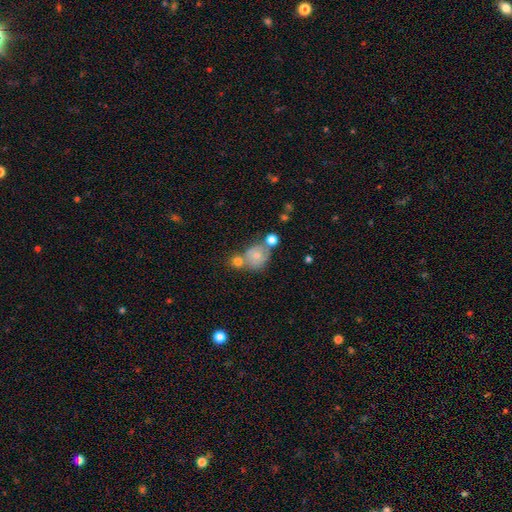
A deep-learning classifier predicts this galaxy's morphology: A smooth galaxy with no disk features (56%) that is round (67%). Merging: merger (38%).